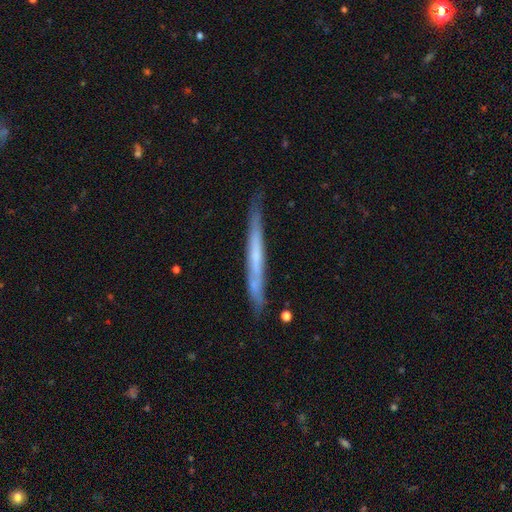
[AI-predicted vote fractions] Smooth or featured?
  - featured or disk: 55% *
  - smooth: 39%
  - star or artifact: 6%
Edge-on disk?
  - yes: 92% *
  - no: 8%
Edge-on bulge?
  - none: 83% *
  - rounded: 10%
  - boxy: 6%
Merging?
  - none: 79% *
  - minor disturbance: 16%
  - major disturbance: 3%
  - merger: 2%